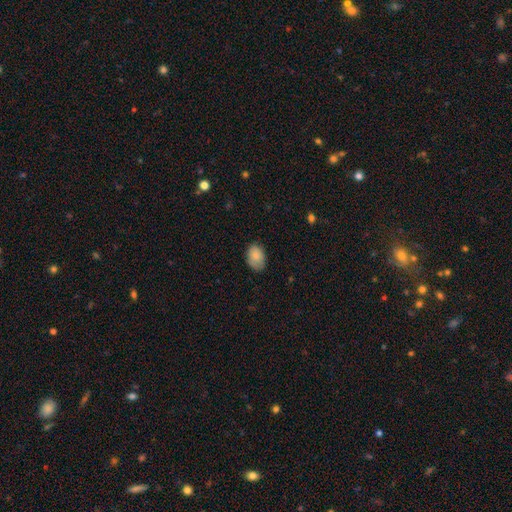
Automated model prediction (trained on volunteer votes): Smooth or featured?
  - smooth: 82% *
  - featured or disk: 10%
  - star or artifact: 7%
How rounded?
  - in between: 84% *
  - round: 15%
  - cigar-shaped: 1%
Merging?
  - none: 76% *
  - minor disturbance: 20%
  - major disturbance: 4%
  - merger: 1%